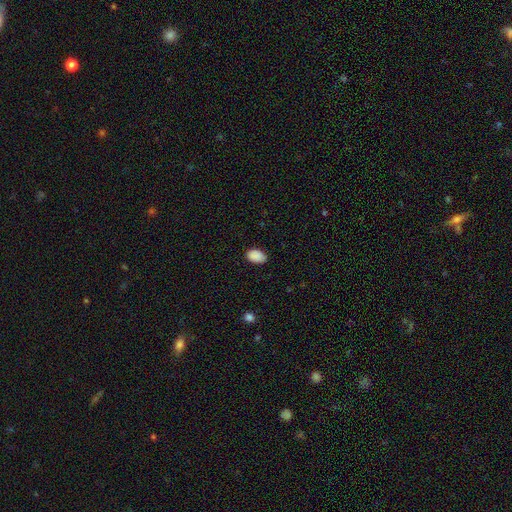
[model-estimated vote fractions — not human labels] The model was most divided on "merging": none: 85%, minor disturbance: 12%, major disturbance: 2%, merger: 1%. More confident: how rounded — in between (91%); smooth or featured — smooth (90%).